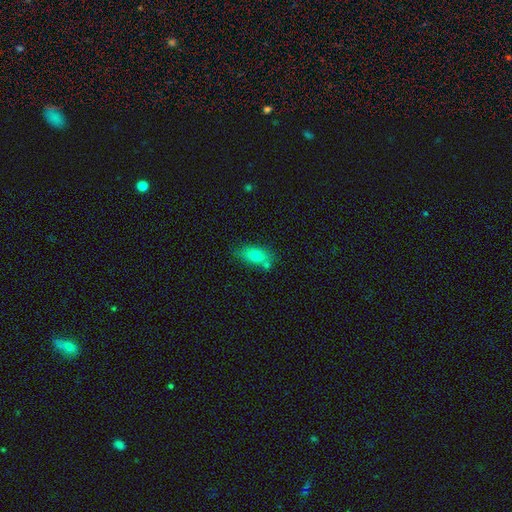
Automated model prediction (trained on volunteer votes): Smooth or featured? smooth (76%)
How rounded? in between (83%)
Merging? none (61%)